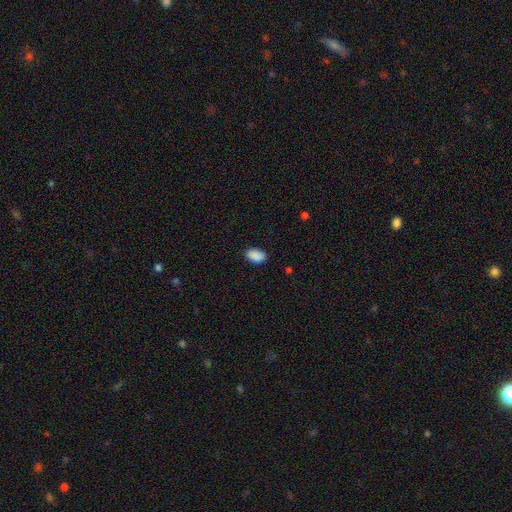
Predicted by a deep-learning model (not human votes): A smooth galaxy with no disk features (90%) that is in between round and cigar-shaped (91%). Merging: none (85%).